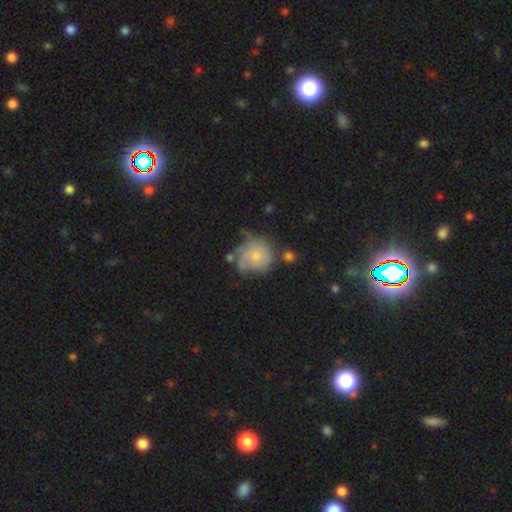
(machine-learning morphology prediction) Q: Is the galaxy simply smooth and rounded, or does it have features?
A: smooth — 52%.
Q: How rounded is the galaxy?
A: round — 80%.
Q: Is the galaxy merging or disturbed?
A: none — 42%.